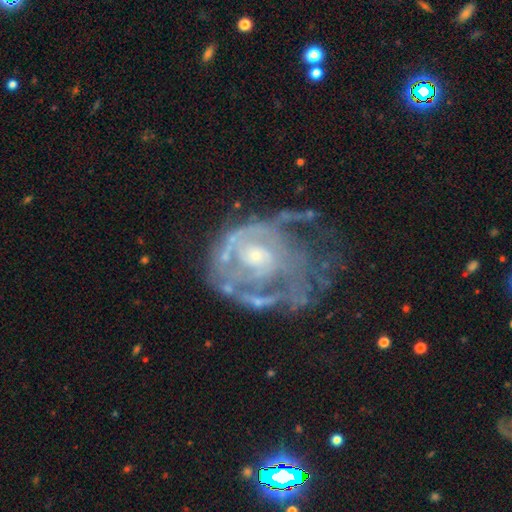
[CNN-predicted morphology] This is clearly a featured or disk galaxy (84%). It is clearly not viewed edge-on (98%). Bar: likely no (75%). Spiral arm pattern: likely yes (79%). Spiral arm count: marginally can't tell (41%). Spiral winding: possibly tight (56%). Central bulge: likely small (61%). Merging: marginally major disturbance (38%).